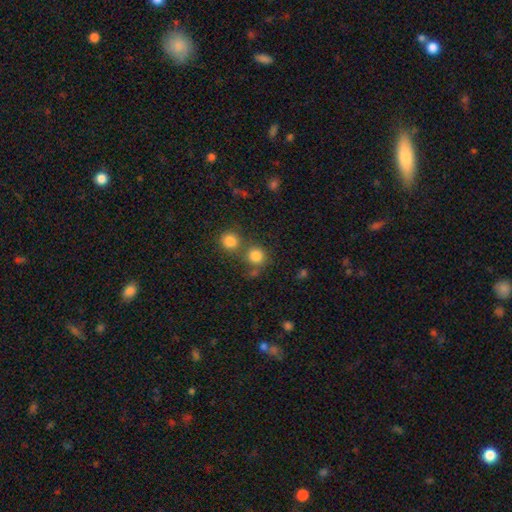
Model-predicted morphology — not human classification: Smooth or featured? smooth (82%)
How rounded? round (90%)
Merging? none (60%)